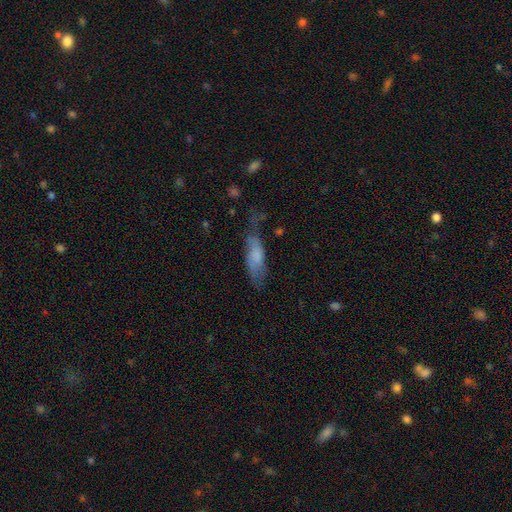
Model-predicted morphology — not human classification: This appears to be a smooth galaxy with no disk features (68%) that is in between round and cigar-shaped (51%). Merging: none (49%).